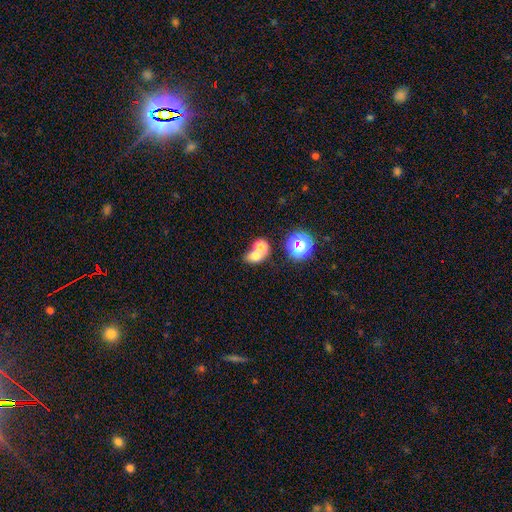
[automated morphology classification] Overall: smooth (69%). How rounded: round (50%; in between 49%). Merging: merger (51%; none 38%).